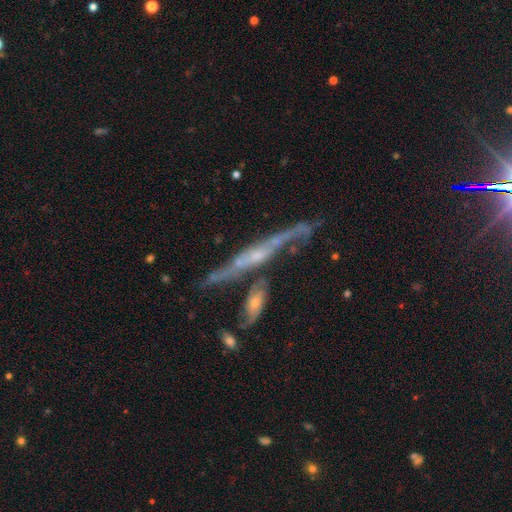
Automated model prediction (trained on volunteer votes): Morphology: type=featured or disk (78%); edge-on=yes (72%); edge-on bulge=rounded (48%); merging=none (47%).